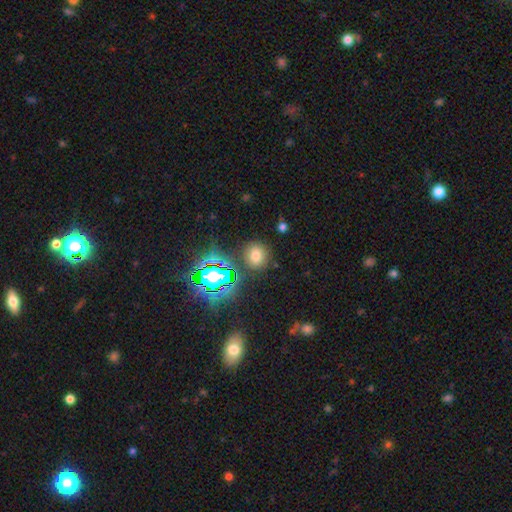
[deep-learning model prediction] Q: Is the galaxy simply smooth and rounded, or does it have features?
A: smooth — 66%.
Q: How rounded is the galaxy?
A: round — 76%.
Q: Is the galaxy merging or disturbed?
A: none — 84%.